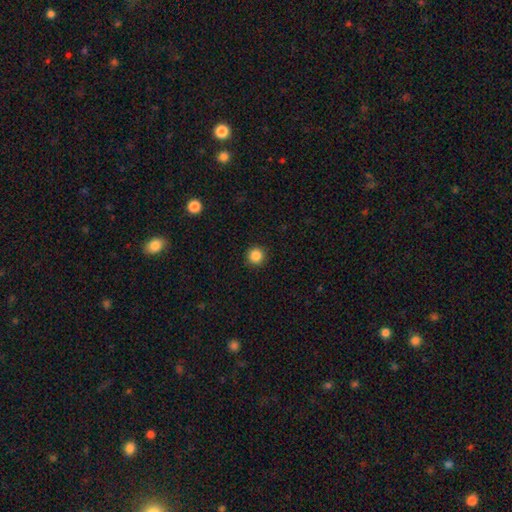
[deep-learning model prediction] smooth_or_featured: smooth (p=0.86) [alt: star or artifact p=0.11]
how_rounded: round (p=0.96) [alt: in between p=0.03]
merging: none (p=0.93) [alt: minor disturbance p=0.05]